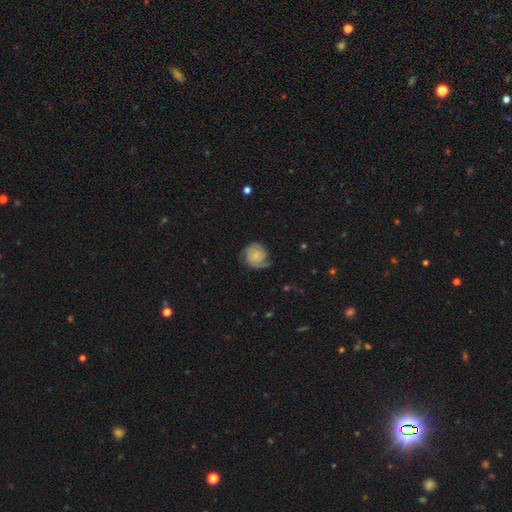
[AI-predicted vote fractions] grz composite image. It shows a featured or disk galaxy (60%) with no bar (70%), 2 (51%) tight (50%) spiral arms (92%) and a small central bulge (55%). Merging: none (62%).